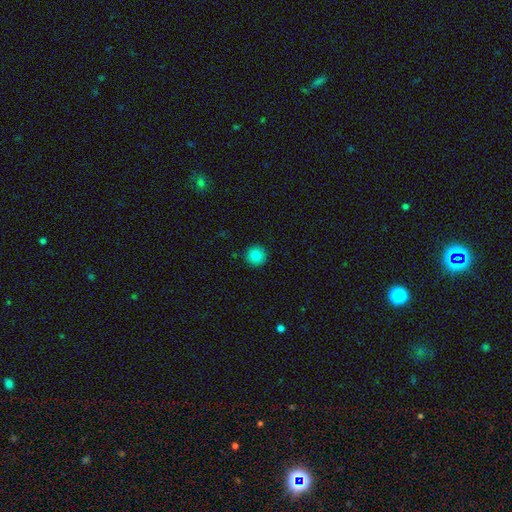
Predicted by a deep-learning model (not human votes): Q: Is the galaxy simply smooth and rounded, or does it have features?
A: smooth — 83%.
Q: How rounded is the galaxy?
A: round — 96%.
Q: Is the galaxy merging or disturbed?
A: none — 92%.